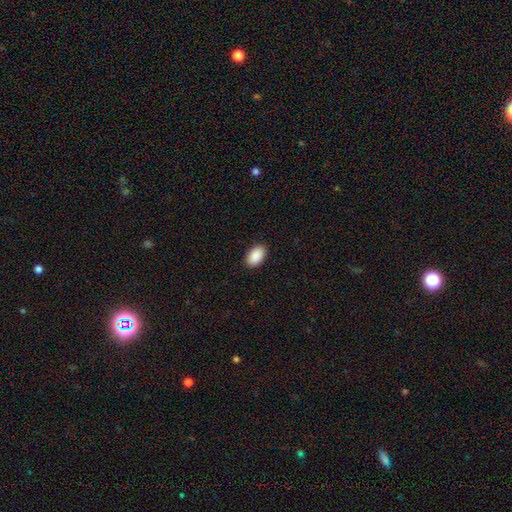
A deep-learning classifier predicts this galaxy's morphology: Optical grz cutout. It shows a smooth galaxy with no disk features (91%) that is in between round and cigar-shaped (93%). Merging: none (90%).